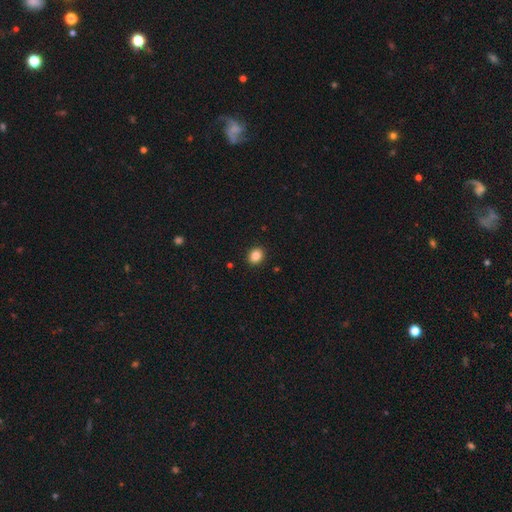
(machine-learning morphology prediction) smooth_or_featured: smooth (p=0.86) [alt: star or artifact p=0.10]
how_rounded: round (p=0.60) [alt: in between p=0.39]
merging: none (p=0.91) [alt: minor disturbance p=0.06]